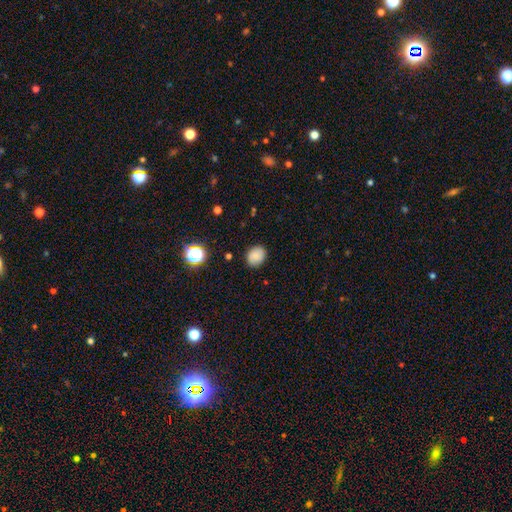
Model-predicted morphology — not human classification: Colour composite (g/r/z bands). It shows a smooth galaxy with no disk features (82%) that is round (63%). Merging: none (85%).